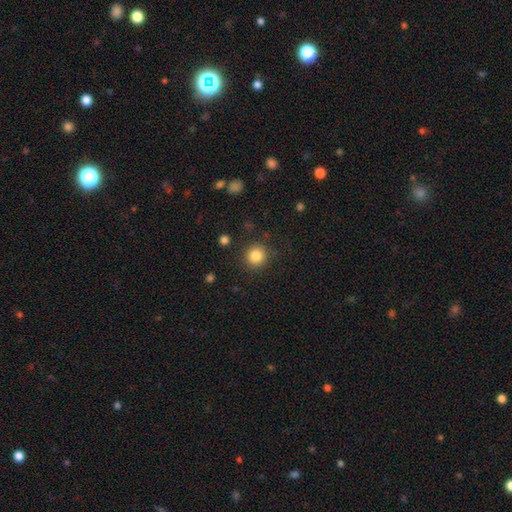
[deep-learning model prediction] Smooth or featured: smooth — 84% (star or artifact — 10%)
How rounded: round — 92% (in between — 7%)
Merging: none — 88% (minor disturbance — 7%)